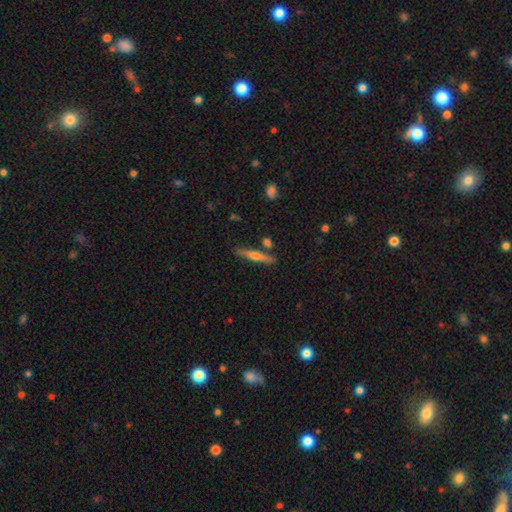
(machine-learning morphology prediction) Smooth or featured: featured or disk — 47% (smooth — 46%)
Merging: none — 82% (minor disturbance — 10%)